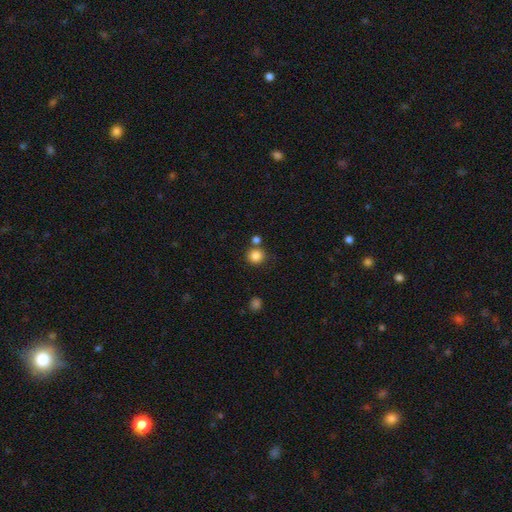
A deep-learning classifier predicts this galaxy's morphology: Smooth or featured: smooth — 85% (star or artifact — 11%)
How rounded: round — 89% (in between — 10%)
Merging: none — 74% (merger — 14%)